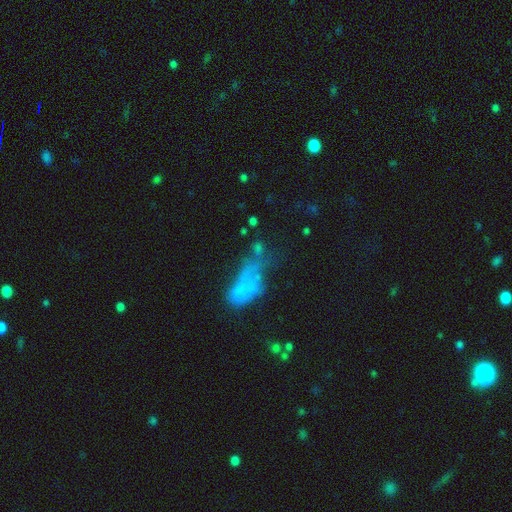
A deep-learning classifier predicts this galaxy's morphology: smooth 46%, featured or disk 31%, star or artifact 23%. Down the decision tree: merging — major disturbance (39%).